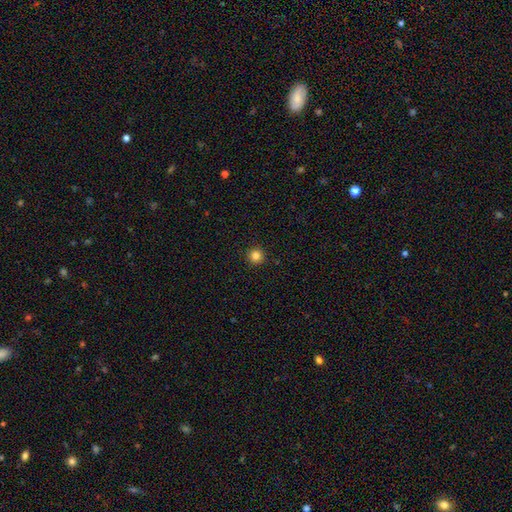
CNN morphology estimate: Smooth or featured: smooth — 83% (star or artifact — 12%)
How rounded: round — 96% (in between — 3%)
Merging: none — 93% (minor disturbance — 4%)